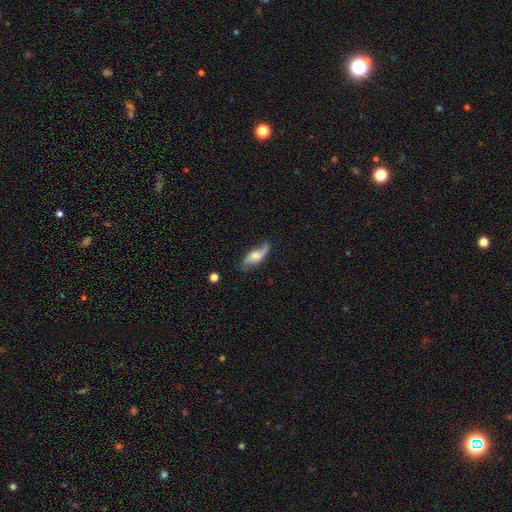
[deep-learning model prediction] smooth-or-featured: featured or disk: 67% | smooth: 26% | star or artifact: 7%
  disk-edge-on: no: 87% | yes: 13%
    bar: no: 55% | weak: 36% | strong: 9%
    has-spiral-arms: yes: 92% | no: 8%
      spiral-winding: loose: 73% | medium: 21% | tight: 6%
      spiral-arm-count: 2: 85% | 1: 7% | can't tell: 4% | 3: 1% | 4: 1% | more than 4: 1%
    bulge-size: moderate: 39% | large: 23% | small: 21% | none: 14% | dominant: 3%
  merging: none: 69% | minor disturbance: 21% | major disturbance: 8% | merger: 2%